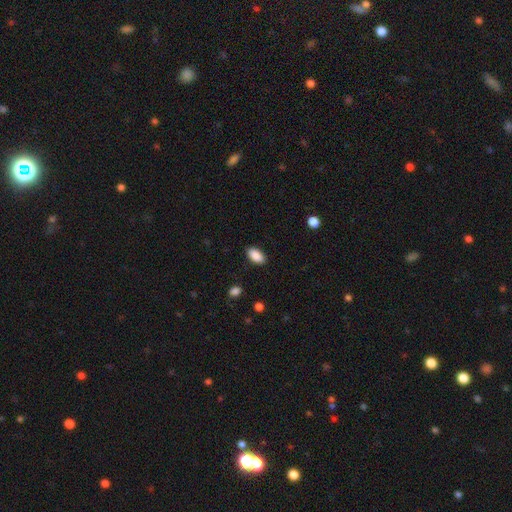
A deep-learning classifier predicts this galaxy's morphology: Q: Smooth or featured?
A: smooth (89%); runner-up: star or artifact (7%)
Q: How rounded?
A: in between (93%); runner-up: round (3%)
Q: Merging?
A: none (88%); runner-up: minor disturbance (9%)